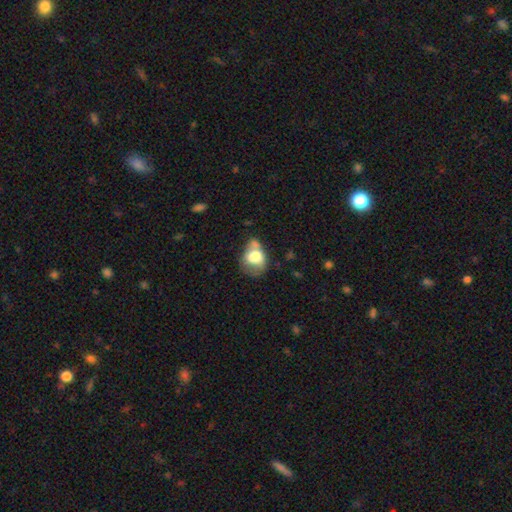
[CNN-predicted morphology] This is likely a smooth galaxy (66%). How rounded: likely in between (61%). Merging: marginally none (28%, tied with merger).